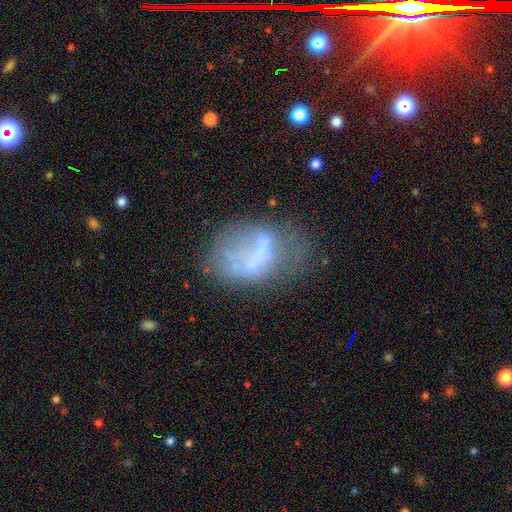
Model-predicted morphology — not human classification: The model was most divided on "smooth or featured": featured or disk: 47%, smooth: 39%, star or artifact: 14%. Remaining: merging — none (37%).